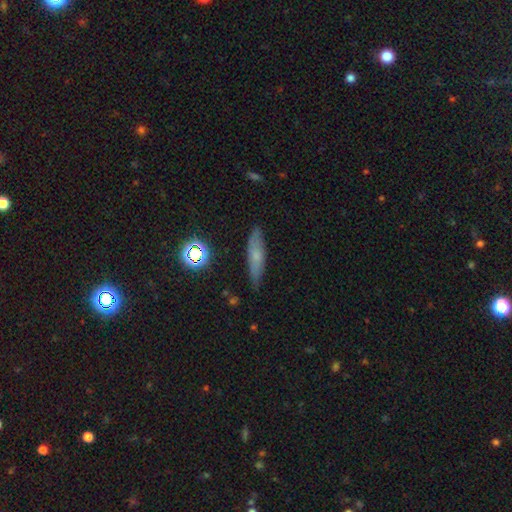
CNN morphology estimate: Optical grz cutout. It shows a smooth galaxy with no disk features (57%) that is cigar-shaped (72%). Merging: none (80%).